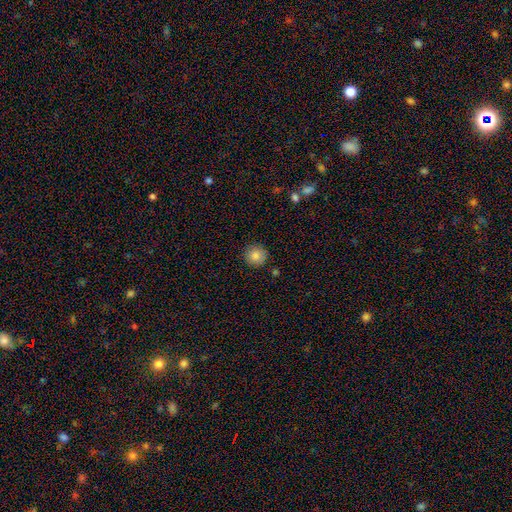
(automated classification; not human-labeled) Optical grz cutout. It shows a smooth galaxy with no disk features (85%) that is round (94%). Merging: none (88%).